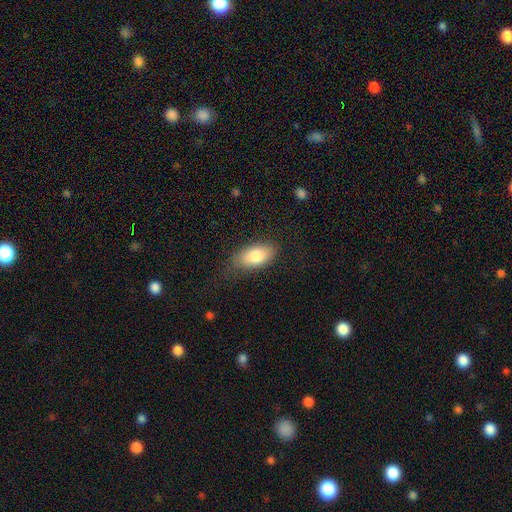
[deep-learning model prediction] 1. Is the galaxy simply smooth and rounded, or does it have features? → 80% smooth, 14% featured or disk, 7% star or artifact.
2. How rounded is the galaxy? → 91% in between, 4% round, 4% cigar-shaped.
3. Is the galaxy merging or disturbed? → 73% none, 19% minor disturbance, 6% major disturbance, 1% merger.